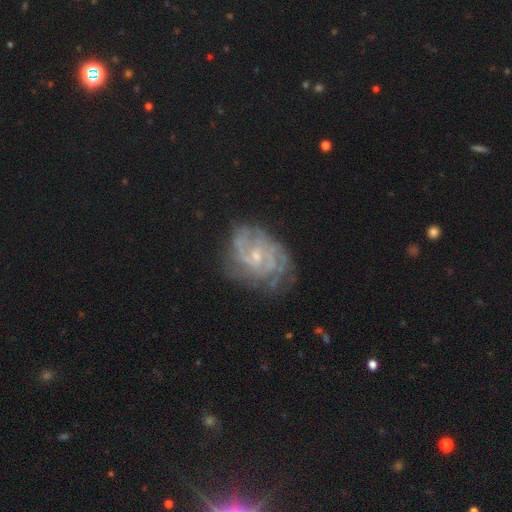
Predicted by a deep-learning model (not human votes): Smooth or featured? featured or disk (83%)
Edge-on disk? no (97%)
Bar? no (57%)
Spiral arms? yes (93%)
Spiral winding? tight (59%)
Spiral arm count? can't tell (38%)
Bulge size? small (69%)
Merging? none (67%)